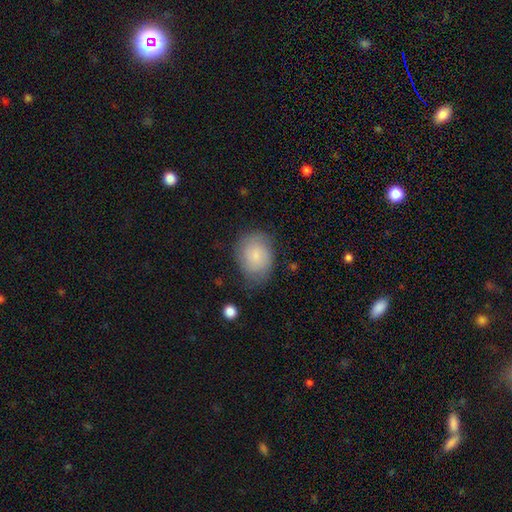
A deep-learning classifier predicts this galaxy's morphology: Smooth or featured? Predicted: smooth (p=0.74). How rounded? Predicted: in between (p=0.56). Merging? Predicted: none (p=0.66).